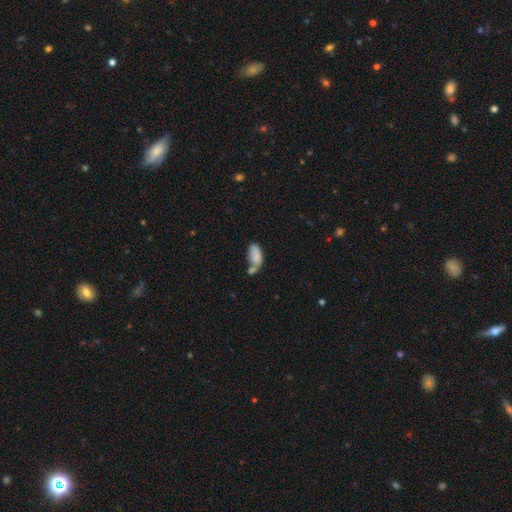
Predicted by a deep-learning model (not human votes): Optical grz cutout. It shows a smooth galaxy with no disk features (79%) that is in between round and cigar-shaped (93%). Merging: merger (42%).